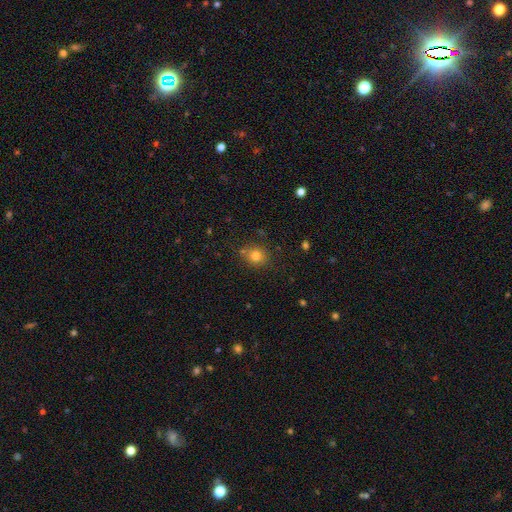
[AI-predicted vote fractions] smooth_or_featured: smooth (p=0.79) [alt: star or artifact p=0.14]
how_rounded: round (p=0.84) [alt: in between p=0.15]
merging: none (p=0.78) [alt: minor disturbance p=0.11]